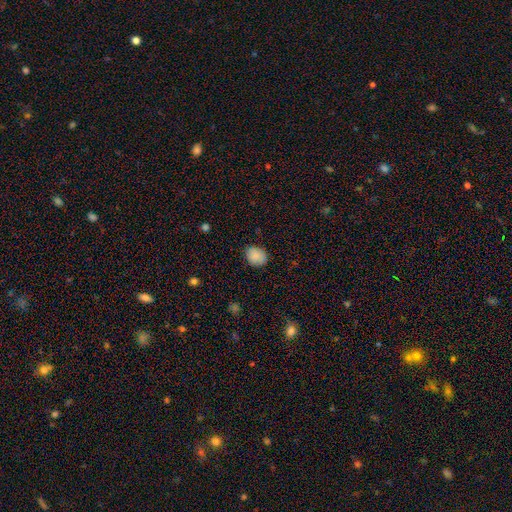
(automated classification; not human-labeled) The model was most divided on "how rounded": in between: 50%, round: 49%, cigar-shaped: 1%. More confident: smooth or featured — smooth (88%); merging — none (82%).